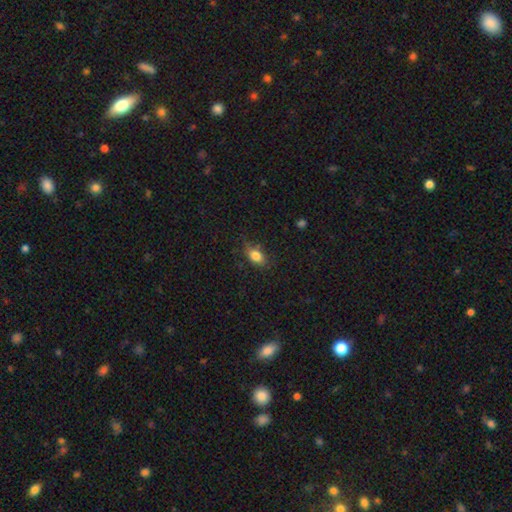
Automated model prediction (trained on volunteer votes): Smooth or featured?
  - smooth: 81% *
  - star or artifact: 10%
  - featured or disk: 9%
How rounded?
  - in between: 80% *
  - round: 15%
  - cigar-shaped: 4%
Merging?
  - none: 68% *
  - minor disturbance: 24%
  - major disturbance: 6%
  - merger: 2%